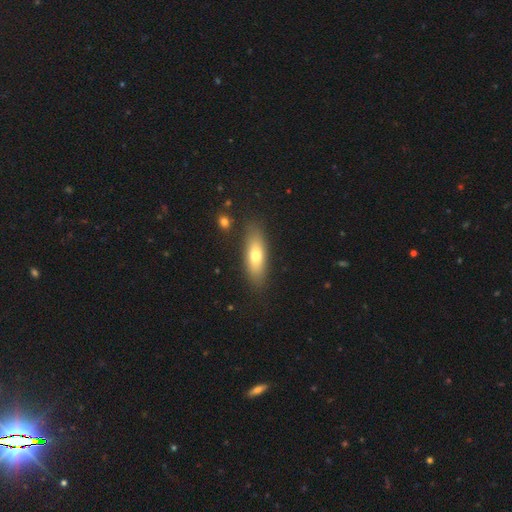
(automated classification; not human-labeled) This is likely a smooth galaxy (68%). How rounded: likely in between (62%). Merging: clearly none (84%).